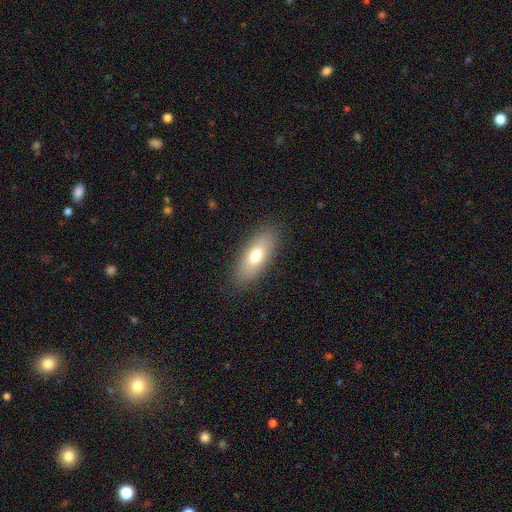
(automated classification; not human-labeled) smooth_or_featured: smooth (p=0.73) [alt: featured or disk p=0.20]
how_rounded: in between (p=0.76) [alt: cigar-shaped p=0.21]
merging: none (p=0.86) [alt: minor disturbance p=0.10]